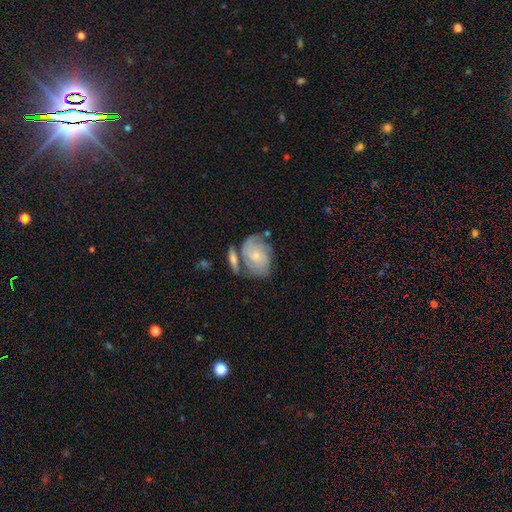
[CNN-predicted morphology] Overall: featured or disk (67%; smooth 27%). Edge-on disk: no (96%). Bar: no (76%). Spiral arms: yes (88%). Spiral arm count: can't tell (36%; 2 35%). Spiral winding: tight (59%; medium 31%). Bulge size: small (71%). Merging: none (49%; merger 22%).